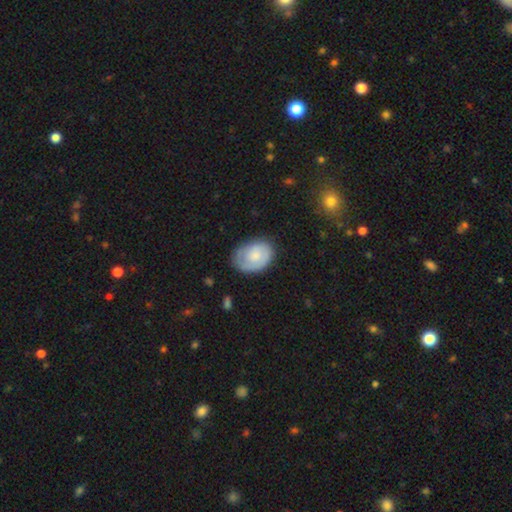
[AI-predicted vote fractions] Smooth or featured: smooth — 59% (featured or disk — 35%)
How rounded: in between — 76% (round — 23%)
Merging: none — 68% (minor disturbance — 23%)